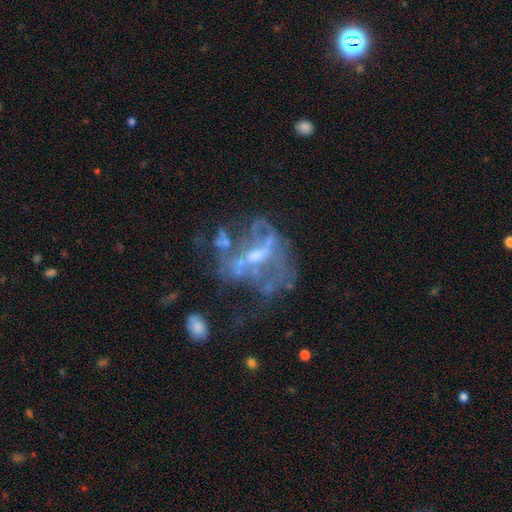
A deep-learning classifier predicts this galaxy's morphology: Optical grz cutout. It shows a featured or disk galaxy (74%) with no bar (46%), no spiral arms (63%) and a moderate central bulge (42%). Merging: none (35%, tied with major disturbance).